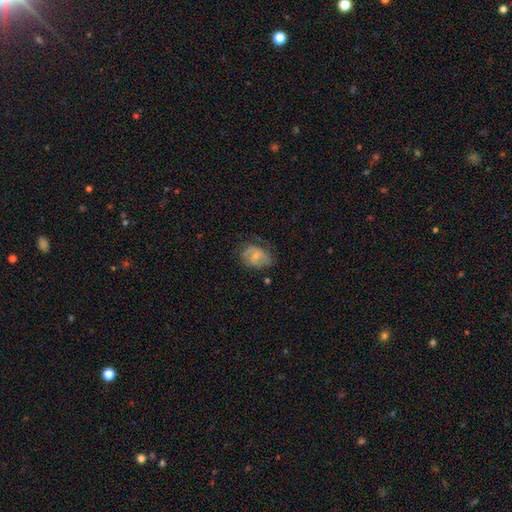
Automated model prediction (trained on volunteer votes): Smooth or featured? featured or disk (50%)
Edge-on disk? no (97%)
Merging? none (54%)